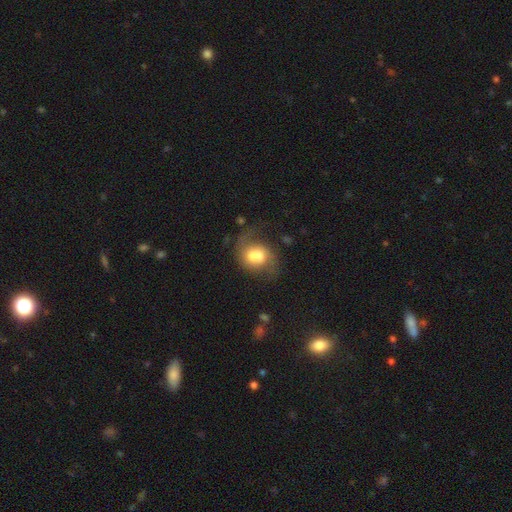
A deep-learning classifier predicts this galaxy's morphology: smooth-or-featured: featured or disk: 46% (tied) | smooth: 46% (tied) | star or artifact: 9%
  merging: merger: 50% | none: 24% | major disturbance: 14% | minor disturbance: 12%